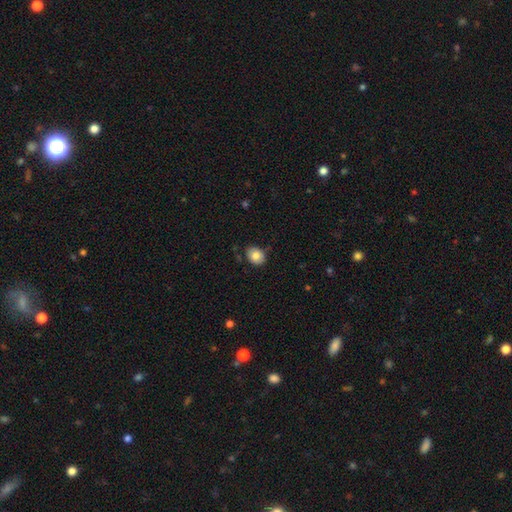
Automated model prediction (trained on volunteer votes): This is likely a smooth galaxy (80%). How rounded: possibly in between (56%). Merging: likely none (78%).